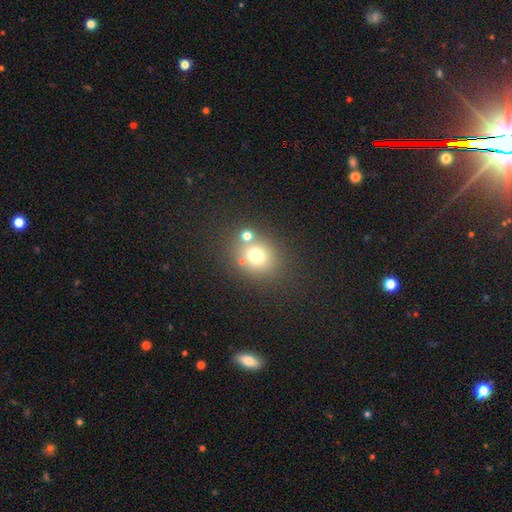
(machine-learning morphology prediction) Q: Smooth or featured?
A: smooth (71%); runner-up: star or artifact (17%)
Q: How rounded?
A: round (75%); runner-up: in between (24%)
Q: Merging?
A: none (67%); runner-up: merger (19%)